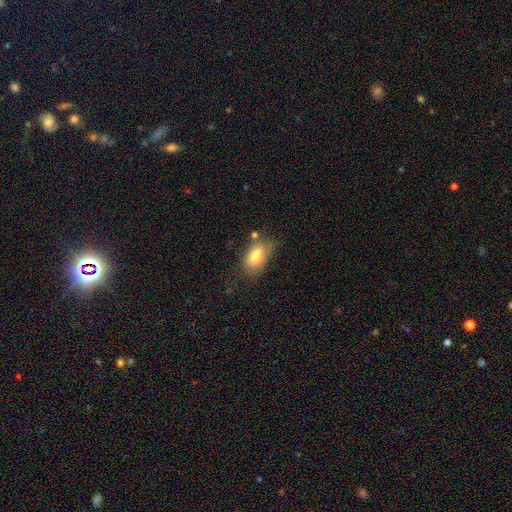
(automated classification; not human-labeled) Morphology: type=smooth (79%); roundness=in between (90%); merging=none (54%).